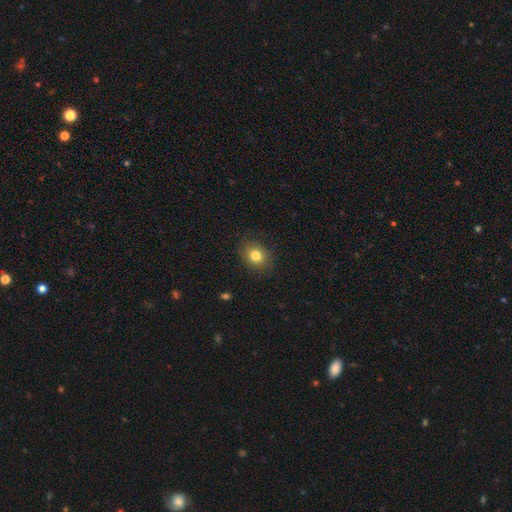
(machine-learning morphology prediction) Smooth or featured? Predicted: smooth (p=0.80). How rounded? Predicted: round (p=0.53). Merging? Predicted: none (p=0.84).